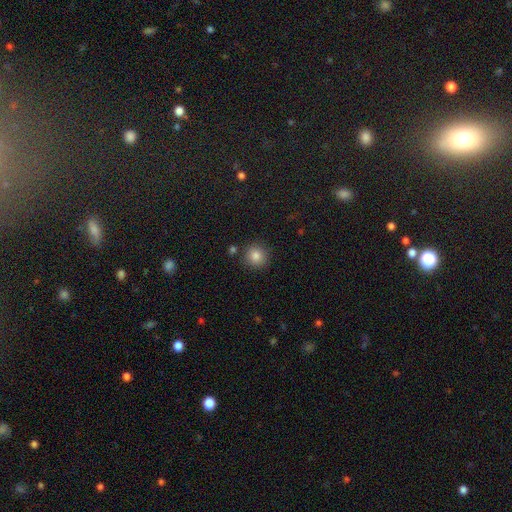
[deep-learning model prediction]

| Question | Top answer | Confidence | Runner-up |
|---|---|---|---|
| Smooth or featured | smooth | 85% | star or artifact (11%) |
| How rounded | round | 93% | in between (6%) |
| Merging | none | 86% | minor disturbance (8%) |